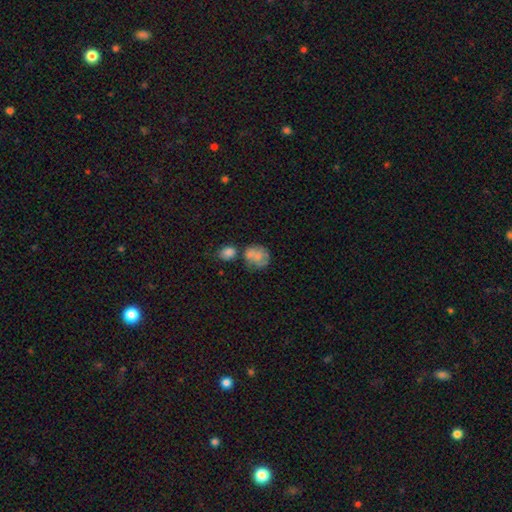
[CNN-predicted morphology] smooth 69%, featured or disk 22%, star or artifact 9%. Down the decision tree: how rounded — round (63%); merging — none (37%).